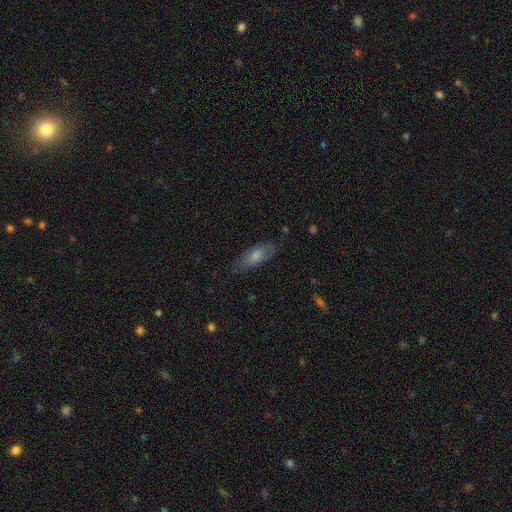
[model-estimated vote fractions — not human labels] Smooth or featured: smooth — 53% (featured or disk — 37%)
How rounded: in between — 59% (cigar-shaped — 38%)
Merging: none — 78% (minor disturbance — 17%)